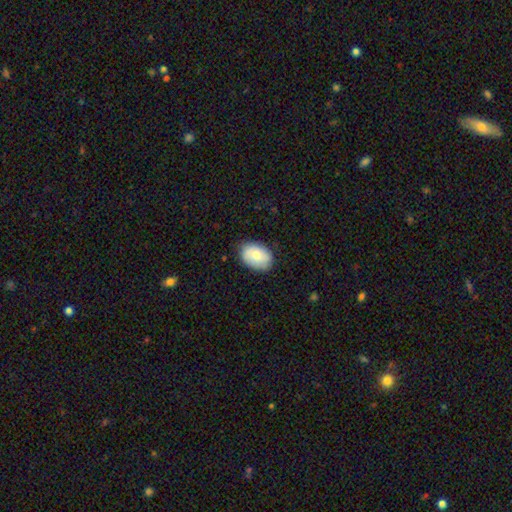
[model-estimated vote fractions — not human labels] A smooth galaxy with no disk features (77%) that is in between round and cigar-shaped (83%). Merging: none (81%).